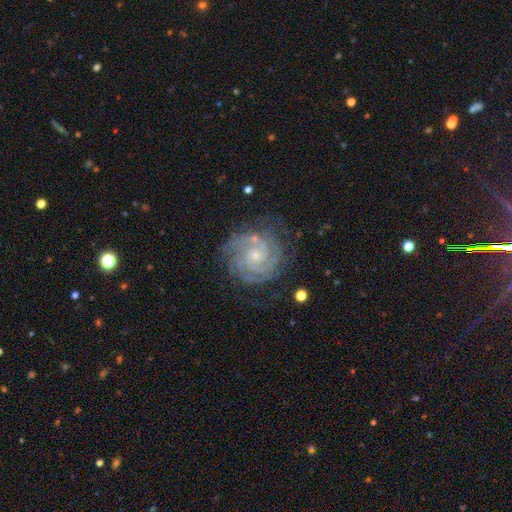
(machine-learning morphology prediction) A featured or disk galaxy (92%) with no bar (71%), 2 (41%) tight (82%) spiral arms (99%) and a small central bulge (74%).

Vote fractions:
- Smooth or featured? featured or disk: 92% / star or artifact: 5% / smooth: 3%
- Edge-on disk? no: 98% / yes: 2%
- Bar? no: 71% / weak: 22% / strong: 7%
- Spiral arms? yes: 99% / no: 1%
- Spiral winding? tight: 82% / medium: 16% / loose: 2%
- Spiral arm count? 2: 41% / 3: 28% / 4: 12% / can't tell: 9% / more than 4: 5% / 1: 5%
- Bulge size? small: 74% / moderate: 21% / none: 3% / large: 1% / dominant: 1%
- Merging? none: 77% / minor disturbance: 16% / major disturbance: 5% / merger: 2%